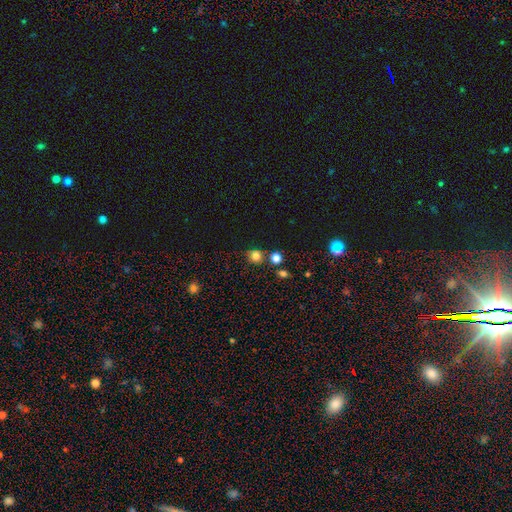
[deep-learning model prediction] Smooth or featured? Predicted: smooth (p=0.79). How rounded? Predicted: round (p=0.87). Merging? Predicted: none (p=0.77).